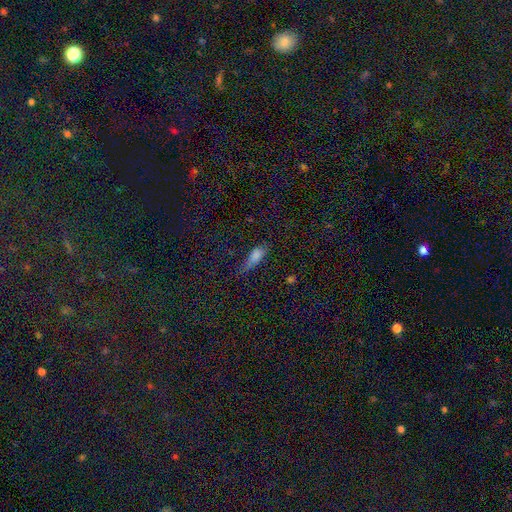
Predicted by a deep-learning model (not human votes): Smooth or featured: smooth — 71% (star or artifact — 15%)
How rounded: in between — 53% (cigar-shaped — 42%)
Merging: none — 48% (minor disturbance — 33%)